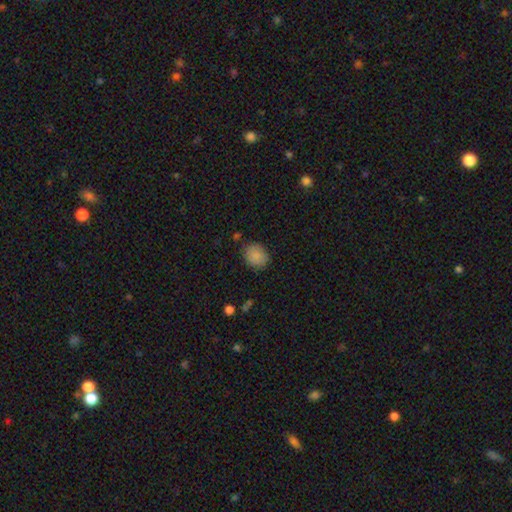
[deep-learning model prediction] Morphology: type=smooth (87%); roundness=round (60%); merging=none (81%).